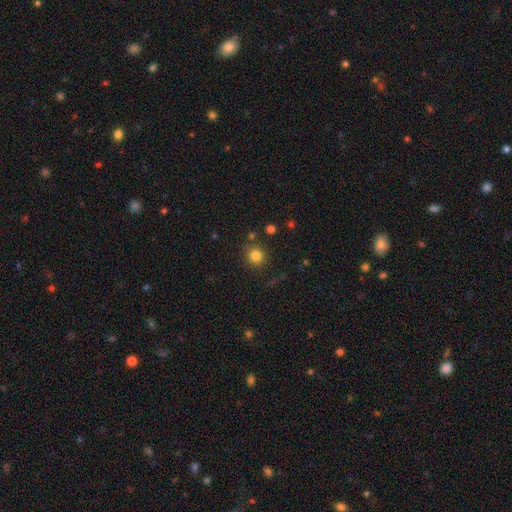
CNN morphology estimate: Smooth or featured? smooth (82%)
How rounded? round (90%)
Merging? none (83%)